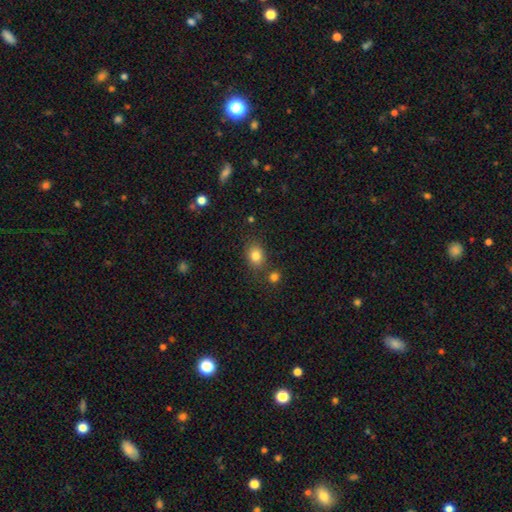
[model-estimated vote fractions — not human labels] A smooth galaxy with no disk features (82%) that is in between round and cigar-shaped (53%). Merging: none (77%).